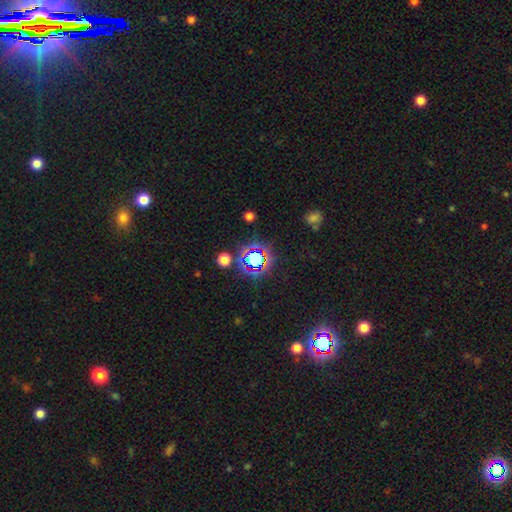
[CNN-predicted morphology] Smooth or featured? star or artifact (68%)